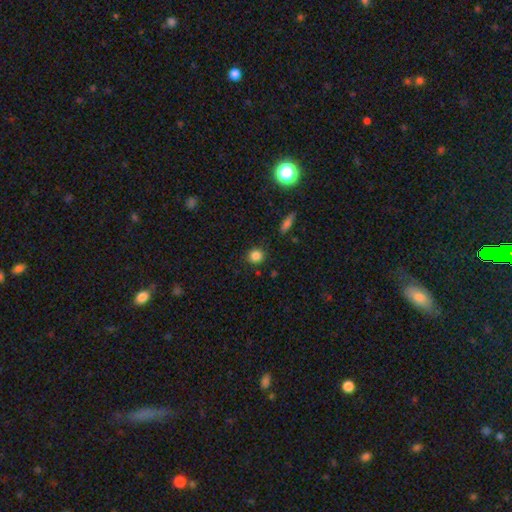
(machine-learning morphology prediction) Overall: smooth (85%). How rounded: round (87%). Merging: none (86%).